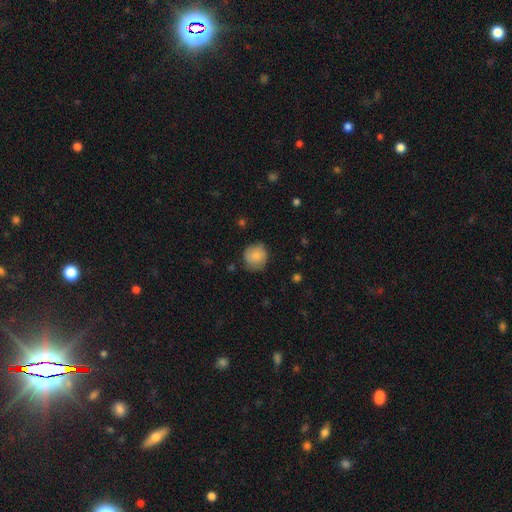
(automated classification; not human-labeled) smooth 82%, featured or disk 11%, star or artifact 7%. Down the decision tree: how rounded — round (89%); merging — none (77%).